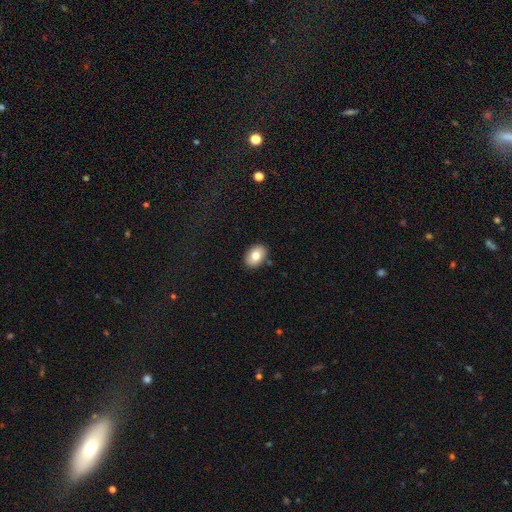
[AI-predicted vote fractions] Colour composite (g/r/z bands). It shows a smooth galaxy with no disk features (79%) that is in between round and cigar-shaped (82%). Merging: none (87%).